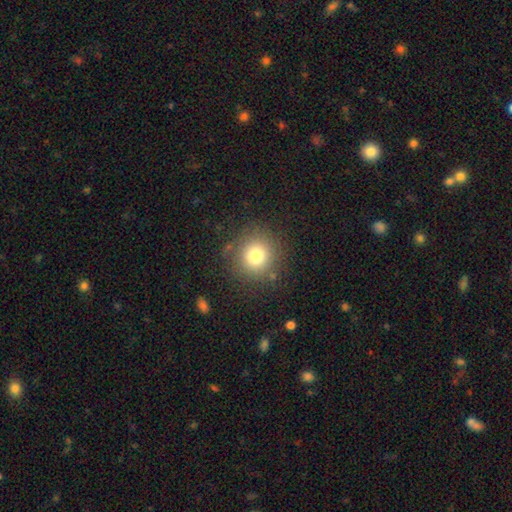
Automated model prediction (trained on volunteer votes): smooth-or-featured: smooth: 76% | star or artifact: 13% | featured or disk: 10%
  how-rounded: round: 92% | in between: 7% | cigar-shaped: 1%
  merging: none: 84% | minor disturbance: 10% | major disturbance: 4% | merger: 2%